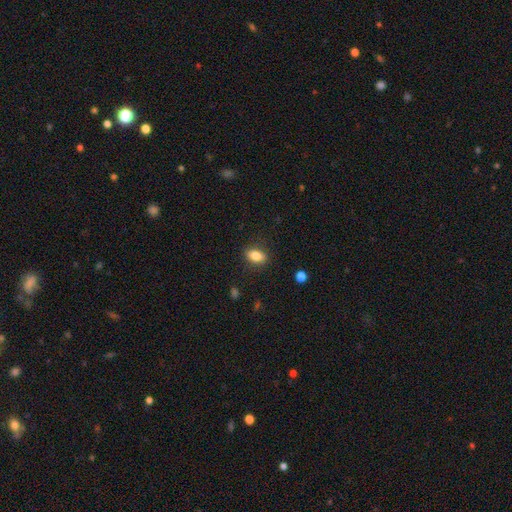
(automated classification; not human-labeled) Q: Smooth or featured?
A: smooth (81%); runner-up: featured or disk (11%)
Q: How rounded?
A: in between (82%); runner-up: round (12%)
Q: Merging?
A: none (86%); runner-up: minor disturbance (10%)